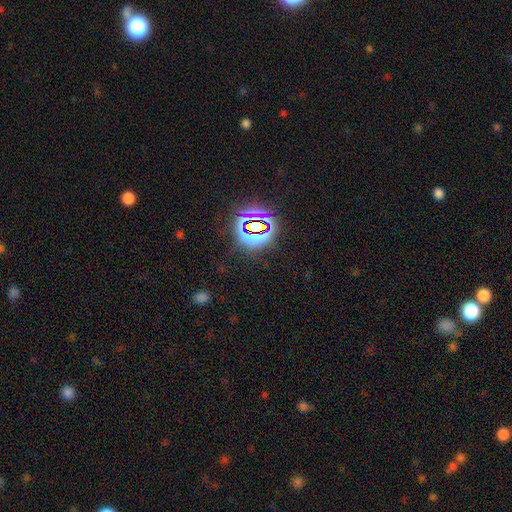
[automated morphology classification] Q: Smooth or featured?
A: star or artifact (80%); runner-up: smooth (12%)